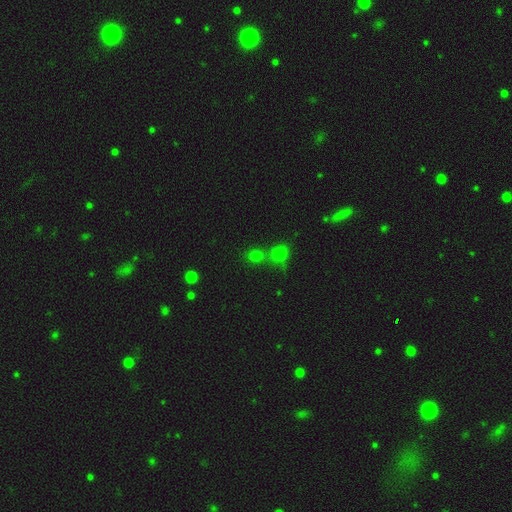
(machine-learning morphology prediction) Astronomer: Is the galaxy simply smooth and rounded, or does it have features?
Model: smooth — 69%.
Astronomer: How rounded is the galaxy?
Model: round — 82%.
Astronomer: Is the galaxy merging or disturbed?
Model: none — 50% (runner-up: merger, 39%).